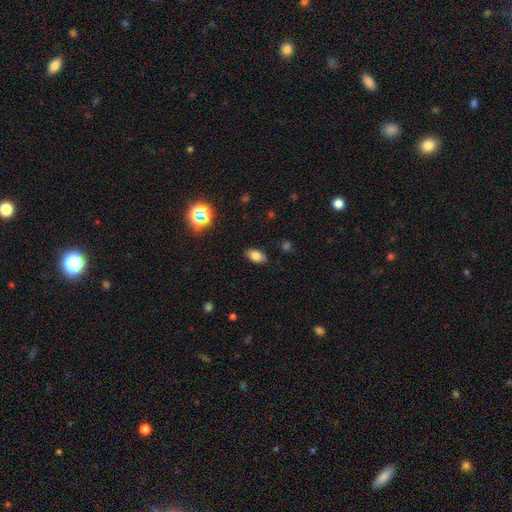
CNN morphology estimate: This appears to be a smooth galaxy with no disk features (79%) that is in between round and cigar-shaped (90%). Merging: none (87%).